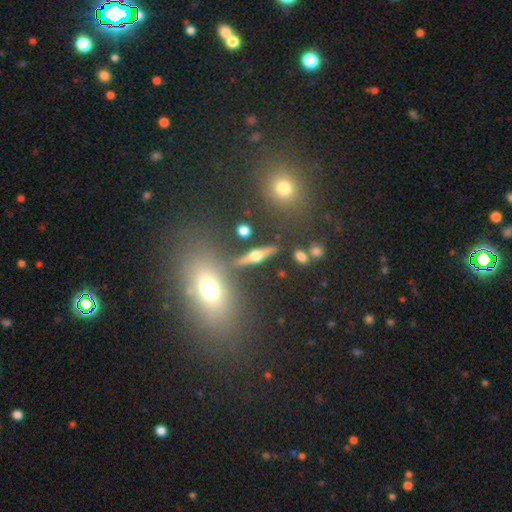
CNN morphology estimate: Smooth or featured: featured or disk — 71% (smooth — 18%)
Edge-on disk: yes — 93% (no — 7%)
Edge-on bulge: rounded — 95% (boxy — 3%)
Merging: none — 81% (minor disturbance — 9%)